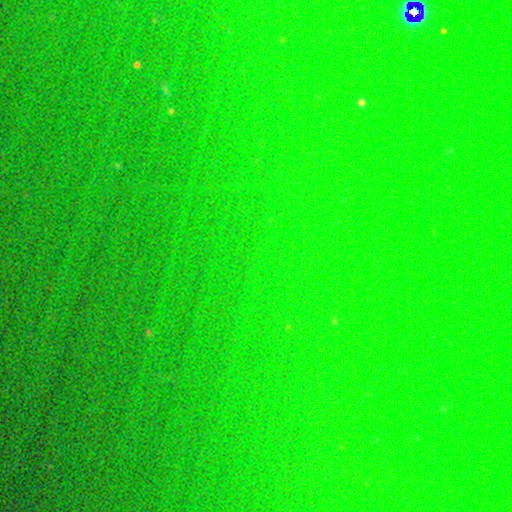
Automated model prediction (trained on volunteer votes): smooth_or_featured: star or artifact (p=0.82) [alt: smooth p=0.11]